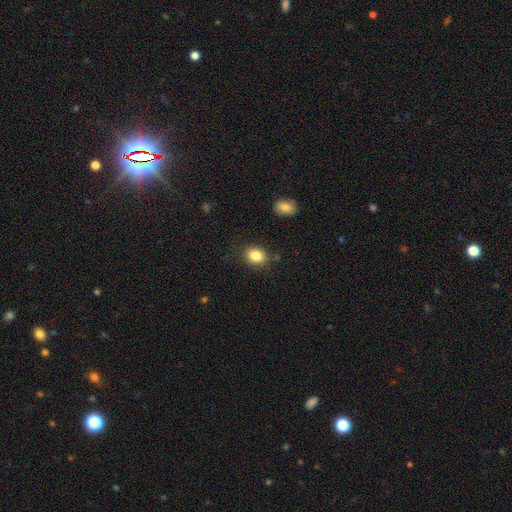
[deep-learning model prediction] This is clearly a smooth galaxy (84%). How rounded: possibly in between (51%). Merging: clearly none (83%).